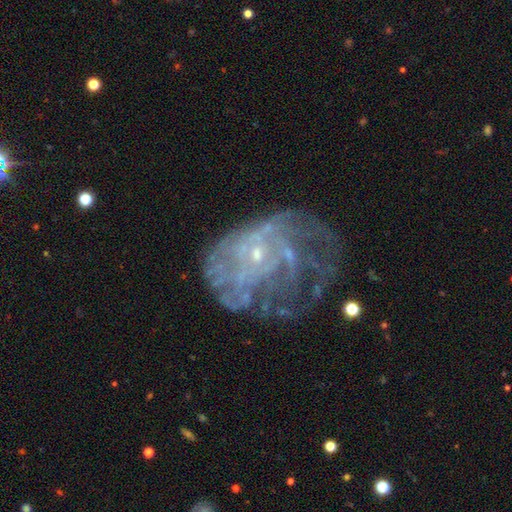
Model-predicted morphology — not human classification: Overall: featured or disk (75%). Edge-on disk: no (98%). Bar: no (79%). Spiral arms: yes (58%; no 42%). Bulge size: small (77%). Merging: major disturbance (40%; none 34%).